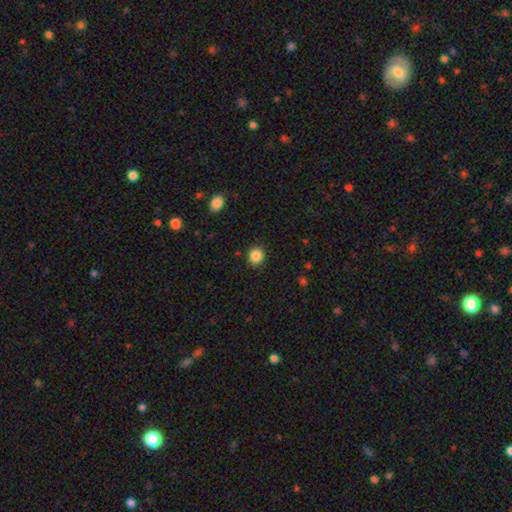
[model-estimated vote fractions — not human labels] A smooth galaxy with no disk features (86%) that is round (82%).

Vote fractions:
- Smooth or featured? smooth: 86% / star or artifact: 10% / featured or disk: 4%
- How rounded? round: 82% / in between: 17% / cigar-shaped: 1%
- Merging? none: 90% / minor disturbance: 7% / major disturbance: 2% / merger: 1%